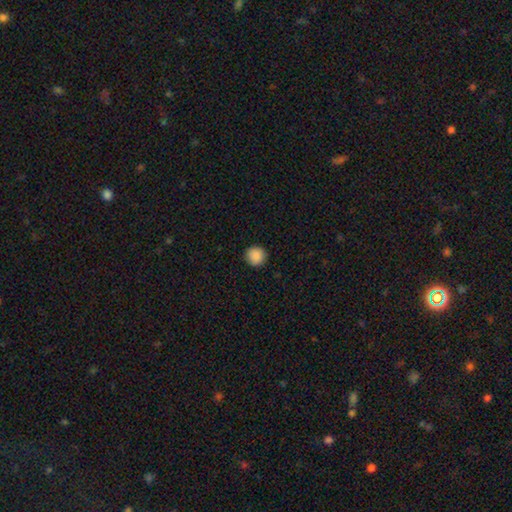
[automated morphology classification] type=smooth (89%); roundness=round (94%); merging=none (92%).